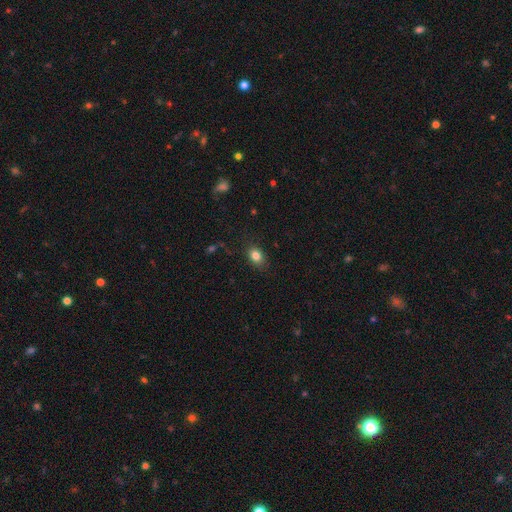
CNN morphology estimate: smooth 83%, star or artifact 10%, featured or disk 7%. Down the decision tree: how rounded — in between (68%); merging — none (82%).